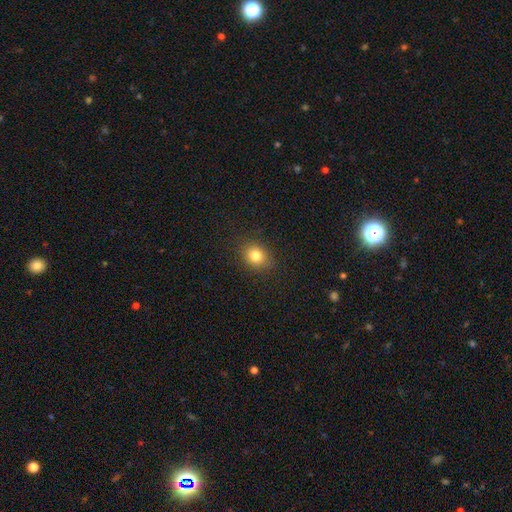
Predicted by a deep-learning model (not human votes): A smooth galaxy with no disk features (81%) that is round (59%).

Vote fractions:
- Smooth or featured? smooth: 81% / star or artifact: 11% / featured or disk: 7%
- How rounded? round: 59% / in between: 40% / cigar-shaped: 1%
- Merging? none: 88% / minor disturbance: 8% / major disturbance: 3% / merger: 1%